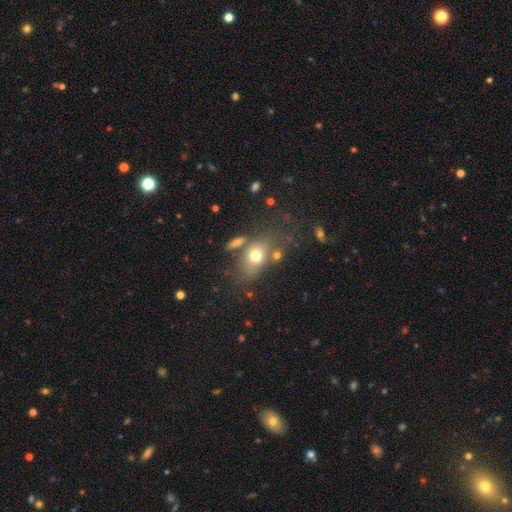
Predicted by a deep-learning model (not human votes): Morphology: type=smooth (70%); roundness=in between (72%); merging=none (55%).